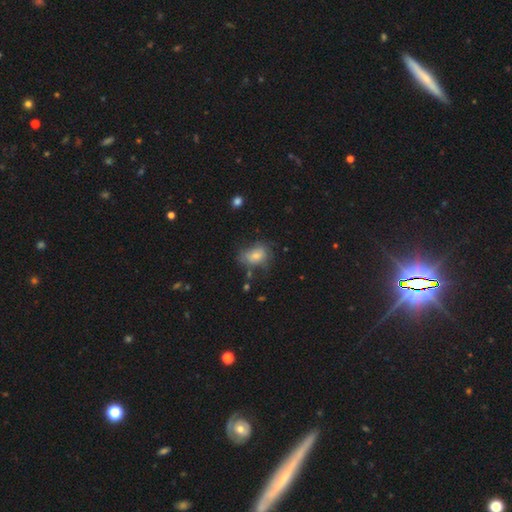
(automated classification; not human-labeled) Smooth or featured?
  - smooth: 70% *
  - featured or disk: 21%
  - star or artifact: 9%
How rounded?
  - in between: 71% *
  - round: 28%
  - cigar-shaped: 1%
Merging?
  - none: 50% *
  - minor disturbance: 30%
  - major disturbance: 16%
  - merger: 4%